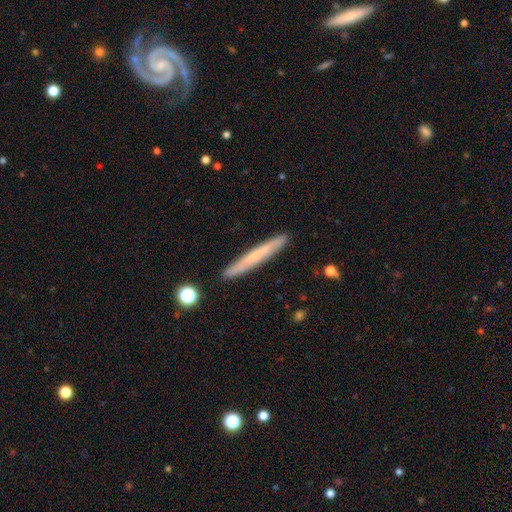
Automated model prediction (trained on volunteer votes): Smooth or featured? Predicted: smooth (p=0.54). How rounded? Predicted: cigar-shaped (p=0.96). Merging? Predicted: none (p=0.90).